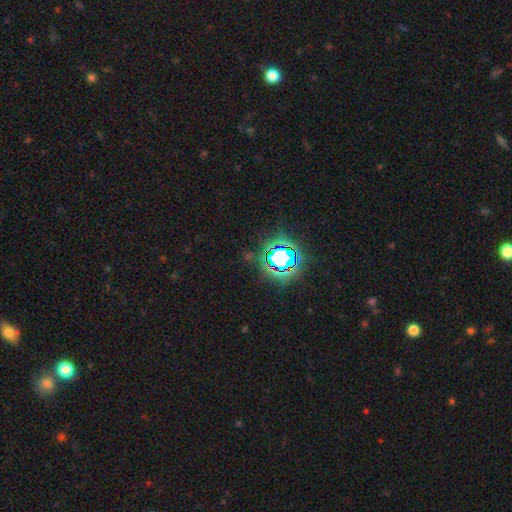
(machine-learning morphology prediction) Overall: star or artifact (83%).